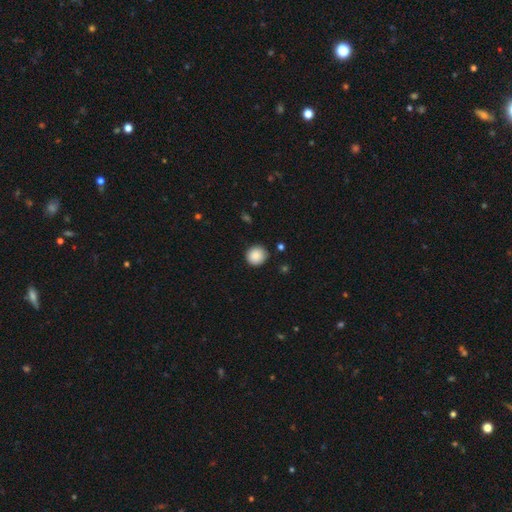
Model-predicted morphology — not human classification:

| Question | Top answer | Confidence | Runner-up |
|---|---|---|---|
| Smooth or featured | smooth | 88% | star or artifact (8%) |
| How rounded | round | 91% | in between (9%) |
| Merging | none | 87% | minor disturbance (10%) |